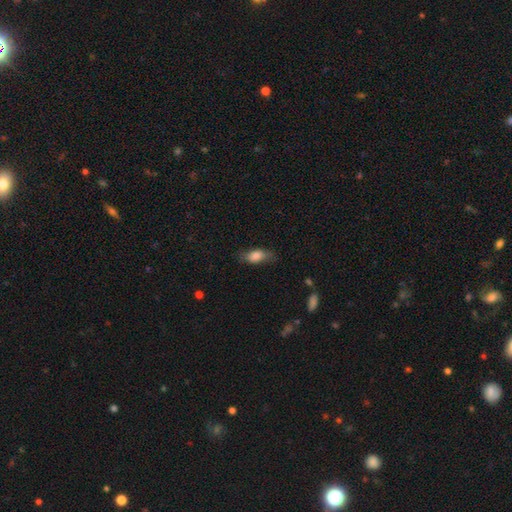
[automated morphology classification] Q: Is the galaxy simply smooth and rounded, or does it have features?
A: smooth — 77%.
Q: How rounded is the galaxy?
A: in between — 81%.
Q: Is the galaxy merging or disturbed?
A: none — 67%.